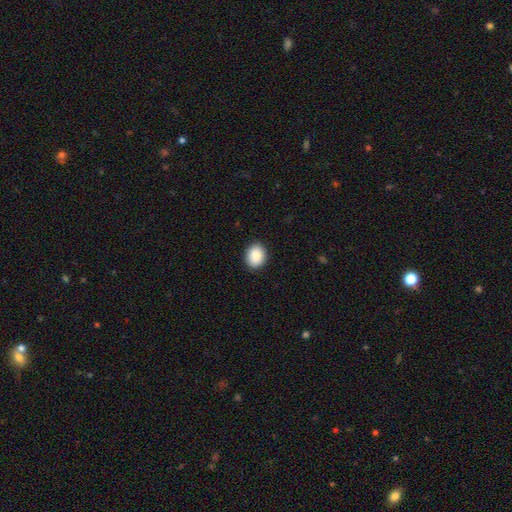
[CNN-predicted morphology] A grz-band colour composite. It shows a smooth galaxy with no disk features (88%) that is round (54%). Merging: none (90%).